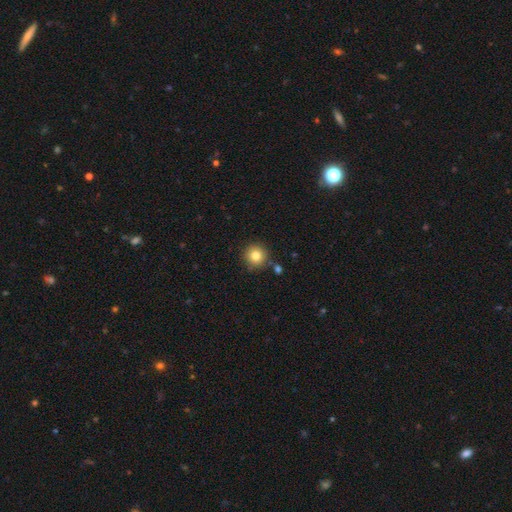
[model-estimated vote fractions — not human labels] A smooth galaxy with no disk features (82%) that is round (95%). Merging: none (85%).